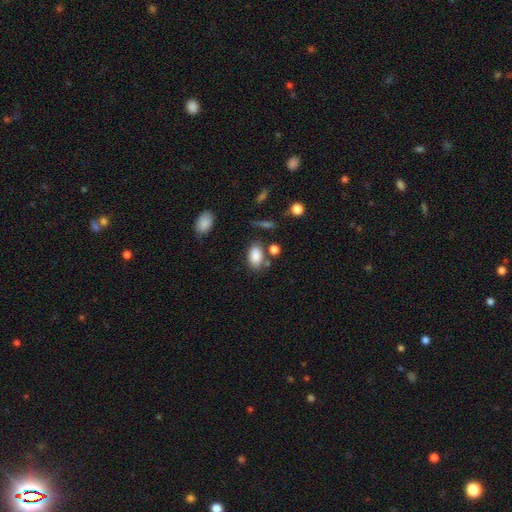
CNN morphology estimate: This is clearly a smooth galaxy (86%). How rounded: clearly in between (89%). Merging: likely none (69%).